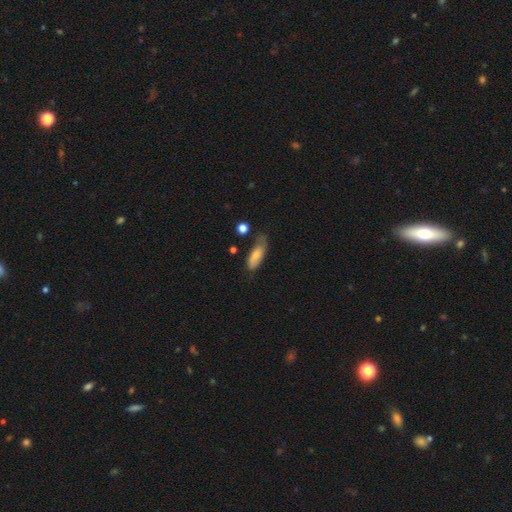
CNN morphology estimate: type=smooth (68%); roundness=in between (70%); merging=none (52%).